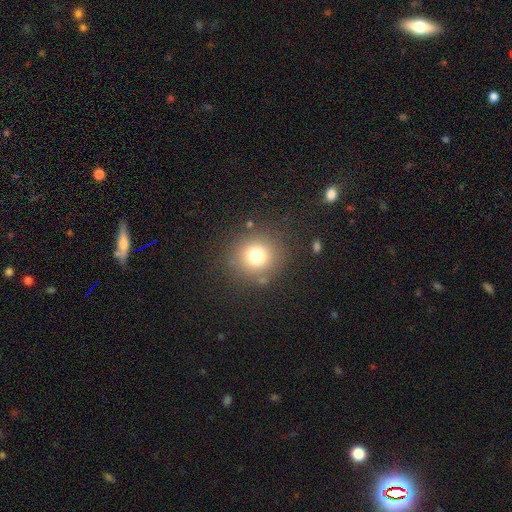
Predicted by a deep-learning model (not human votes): smooth_or_featured: smooth (p=0.76) [alt: star or artifact p=0.15]
how_rounded: round (p=0.91) [alt: in between p=0.08]
merging: none (p=0.84) [alt: minor disturbance p=0.09]